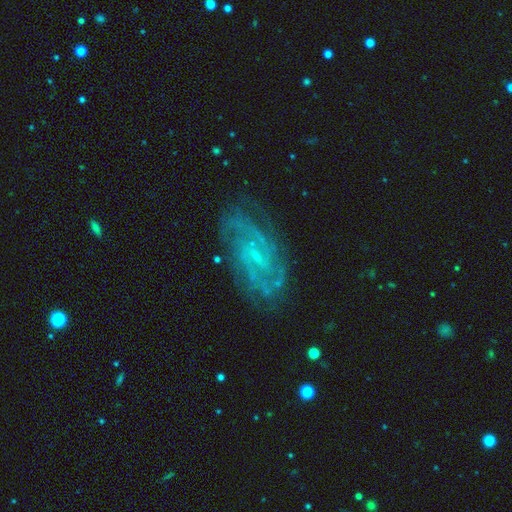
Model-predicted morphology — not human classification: This is clearly a featured or disk galaxy (83%). It is clearly not viewed edge-on (95%). Bar: possibly weak (49%). Spiral arm pattern: clearly yes (94%). Spiral arm count: marginally can't tell (31%, tied with 2). Spiral winding: possibly tight (47%). Central bulge: likely small (70%). Merging: likely none (77%).